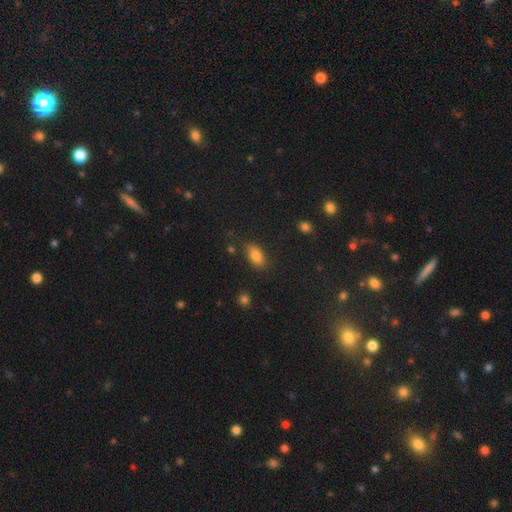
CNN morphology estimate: The model was most divided on "merging": none: 79%, minor disturbance: 14%, major disturbance: 4%, merger: 3%. More confident: how rounded — in between (88%); smooth or featured — smooth (82%).